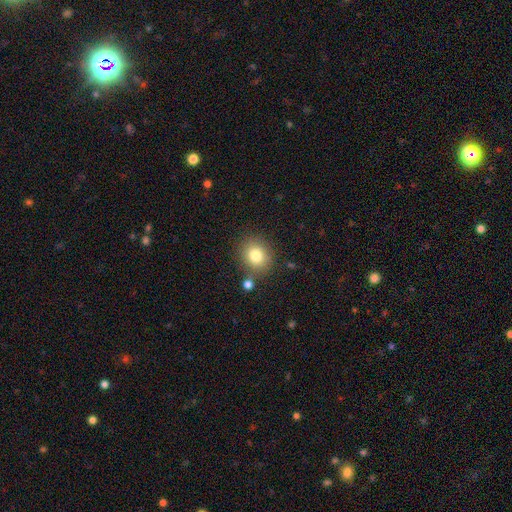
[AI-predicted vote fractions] The model was most divided on "how rounded": round: 77%, in between: 22%, cigar-shaped: 1%. More confident: smooth or featured — smooth (80%); merging — none (79%).